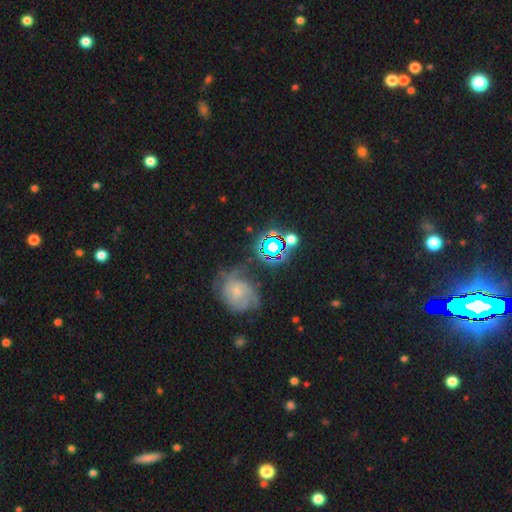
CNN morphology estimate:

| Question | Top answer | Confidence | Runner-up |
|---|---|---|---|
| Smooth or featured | star or artifact | 47% | featured or disk (32%) |